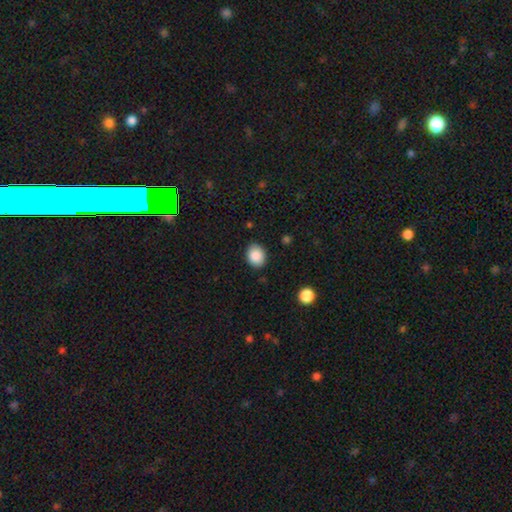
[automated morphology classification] Q: Smooth or featured?
A: smooth (88%); runner-up: star or artifact (8%)
Q: How rounded?
A: in between (53%); runner-up: round (46%)
Q: Merging?
A: none (87%); runner-up: minor disturbance (10%)